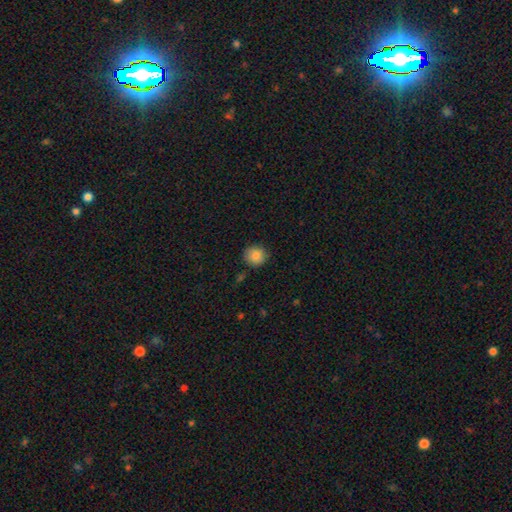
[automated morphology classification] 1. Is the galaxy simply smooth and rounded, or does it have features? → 86% smooth, 8% star or artifact, 6% featured or disk.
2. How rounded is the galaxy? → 89% round, 10% in between, 1% cigar-shaped.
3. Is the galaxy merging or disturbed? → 86% none, 10% minor disturbance, 2% major disturbance, 2% merger.